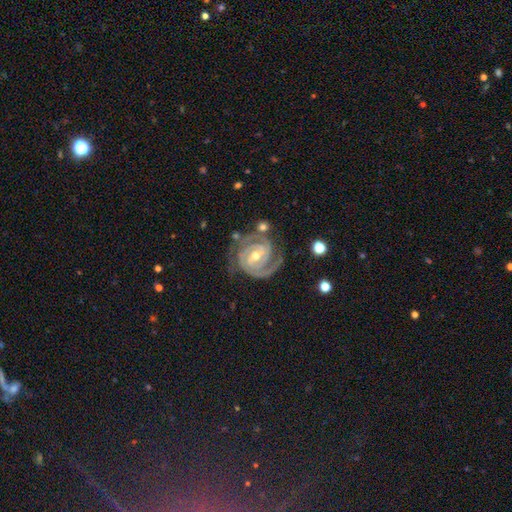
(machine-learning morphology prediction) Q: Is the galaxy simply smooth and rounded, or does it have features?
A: featured or disk — 94%.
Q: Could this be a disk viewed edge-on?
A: no — 98%.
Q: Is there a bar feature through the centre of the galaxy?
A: weak — 46%.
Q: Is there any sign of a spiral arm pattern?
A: yes — 99%.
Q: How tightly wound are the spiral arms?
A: tight — 76%.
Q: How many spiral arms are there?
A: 2 — 71%.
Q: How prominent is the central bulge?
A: moderate — 52%.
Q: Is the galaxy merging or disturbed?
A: none — 73%.